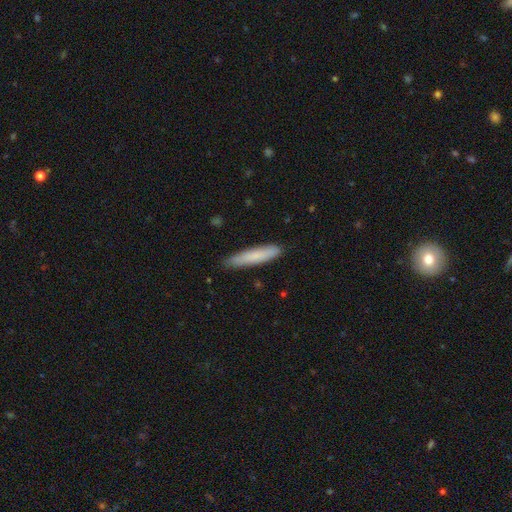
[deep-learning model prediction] Smooth or featured? smooth (79%)
How rounded? cigar-shaped (89%)
Merging? none (86%)